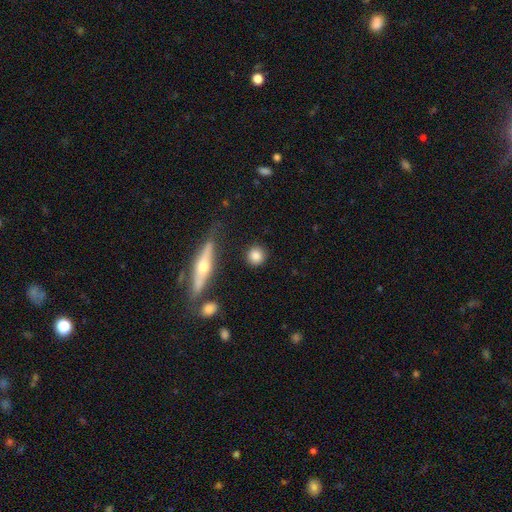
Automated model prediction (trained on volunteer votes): smooth 82%, featured or disk 11%, star or artifact 7%. Down the decision tree: how rounded — round (90%); merging — none (87%).